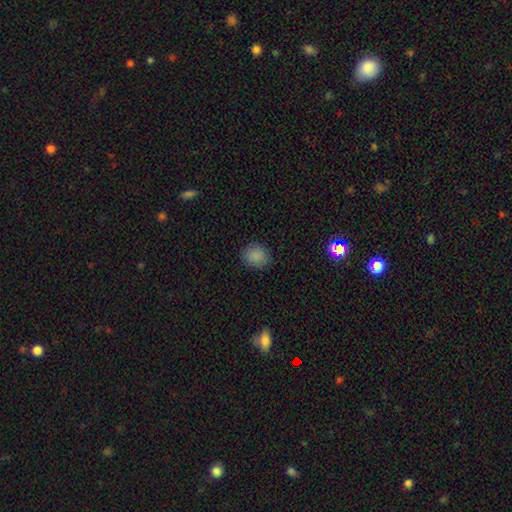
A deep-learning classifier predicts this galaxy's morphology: type=smooth (86%); roundness=round (77%); merging=none (86%).